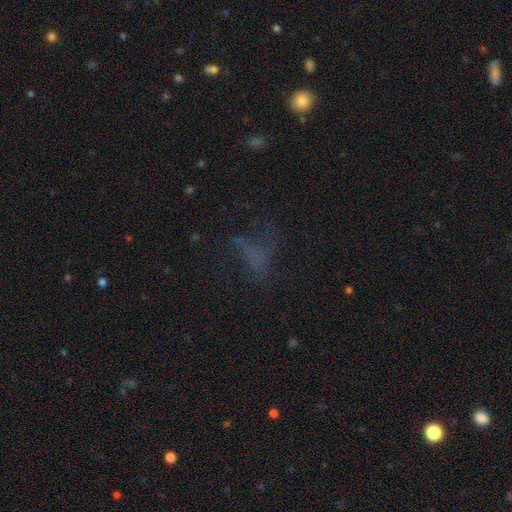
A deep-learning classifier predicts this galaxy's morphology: type=smooth (37%); merging=none (48%).